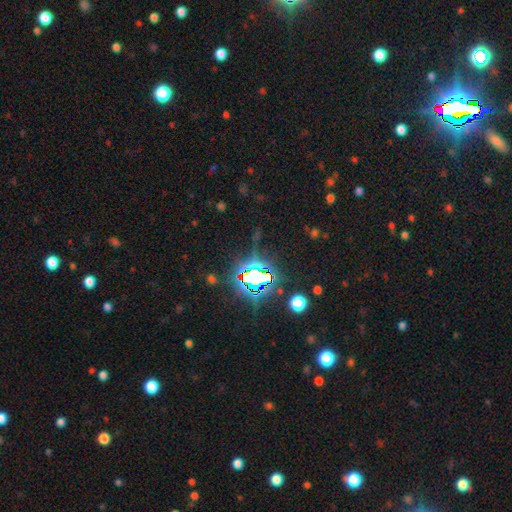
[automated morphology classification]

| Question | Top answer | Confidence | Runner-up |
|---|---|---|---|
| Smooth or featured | star or artifact | 82% | smooth (11%) |